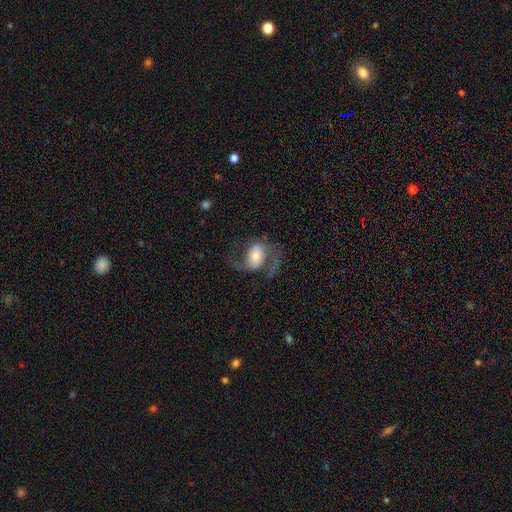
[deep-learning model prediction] Smooth or featured? Predicted: featured or disk (p=0.78). Edge-on disk? Predicted: no (p=0.97). Bar? Predicted: no (p=0.38). Spiral arms? Predicted: yes (p=0.94). Spiral winding? Predicted: loose (p=0.48). Spiral arm count? Predicted: 2 (p=0.91). Bulge size? Predicted: moderate (p=0.46). Merging? Predicted: none (p=0.65).